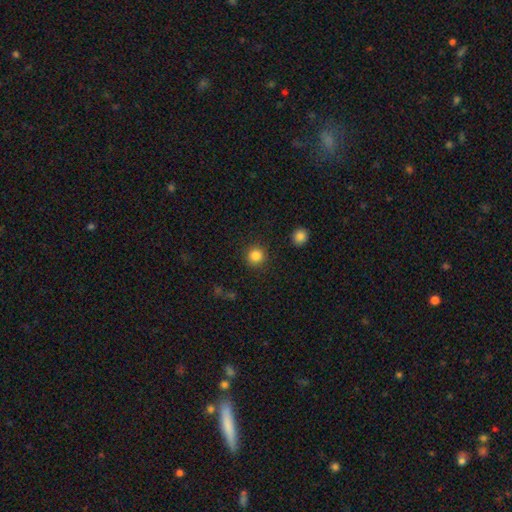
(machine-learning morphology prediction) This appears to be a smooth galaxy with no disk features (85%) that is round (94%). Merging: none (91%).